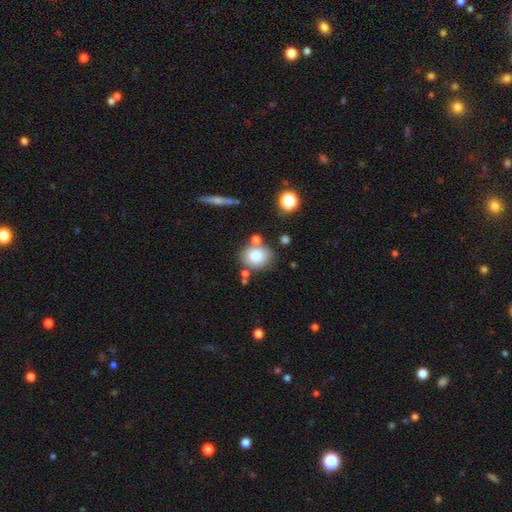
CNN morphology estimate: Q: Smooth or featured?
A: smooth (77%); runner-up: featured or disk (13%)
Q: How rounded?
A: round (61%); runner-up: in between (38%)
Q: Merging?
A: none (72%); runner-up: minor disturbance (13%)